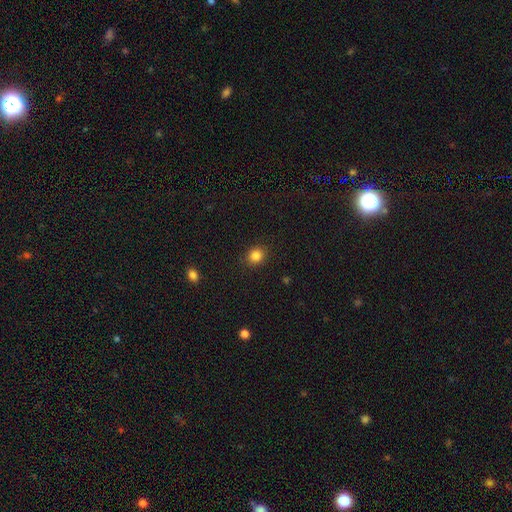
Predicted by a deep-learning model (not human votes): Smooth or featured? Predicted: smooth (p=0.84). How rounded? Predicted: round (p=0.76). Merging? Predicted: none (p=0.89).